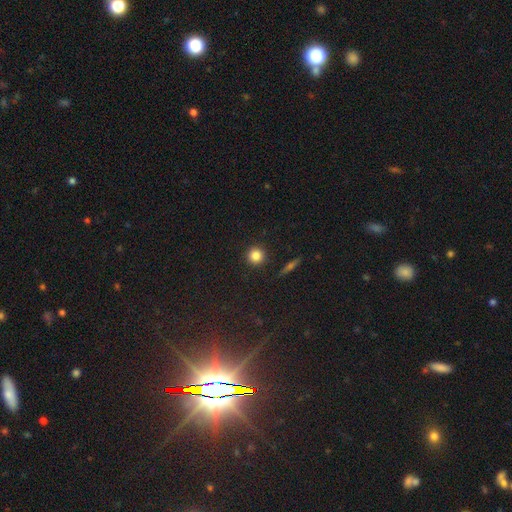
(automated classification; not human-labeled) Smooth or featured?
  - smooth: 83% *
  - star or artifact: 11%
  - featured or disk: 6%
How rounded?
  - round: 95% *
  - in between: 4%
  - cigar-shaped: 1%
Merging?
  - none: 91% *
  - minor disturbance: 5%
  - major disturbance: 2%
  - merger: 1%